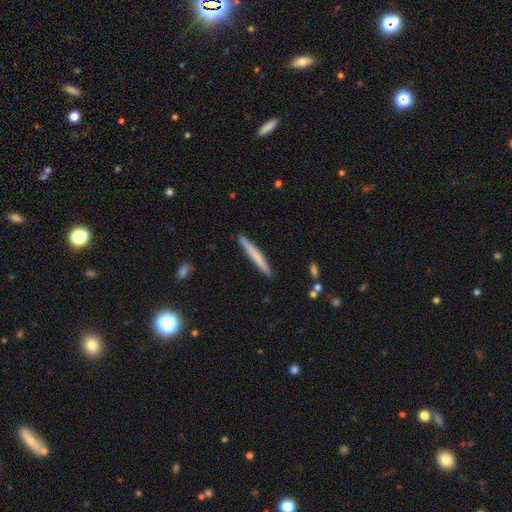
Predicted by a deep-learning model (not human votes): smooth-or-featured: smooth: 68% | featured or disk: 27% | star or artifact: 6%
  how-rounded: cigar-shaped: 97% | in between: 2% | round: 1%
  merging: none: 90% | minor disturbance: 8% | merger: 1% | major disturbance: 1%